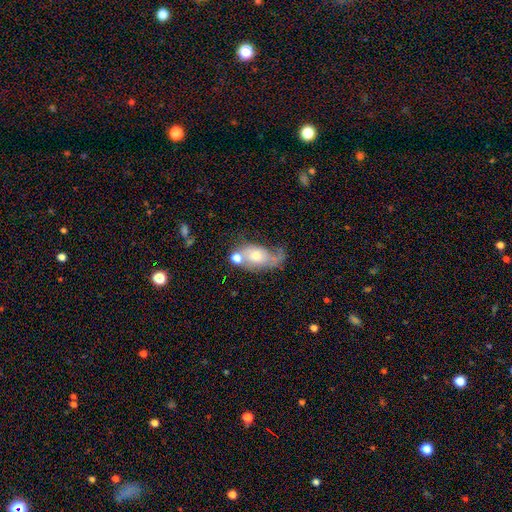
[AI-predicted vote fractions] Q: Smooth or featured?
A: featured or disk (51%); runner-up: smooth (40%)
Q: Edge-on disk?
A: no (92%); runner-up: yes (8%)
Q: Merging?
A: none (29%); runner-up: major disturbance (26%)